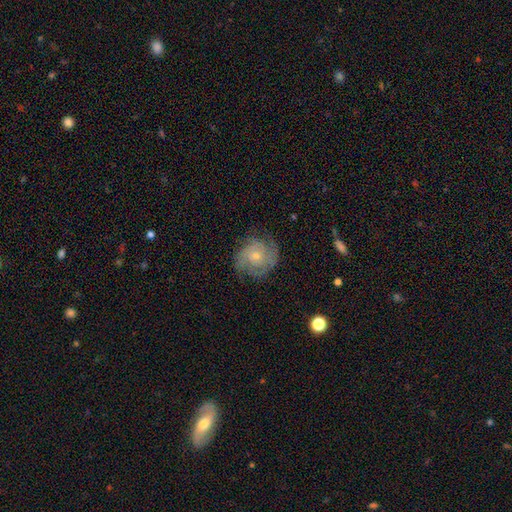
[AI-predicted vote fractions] Morphology: type=featured or disk (69%); edge-on=no (98%); bar=no (79%); spiral arms=yes (88%); winding=tight (58%); arm count=2 (33%); bulge=small (64%); merging=none (71%).